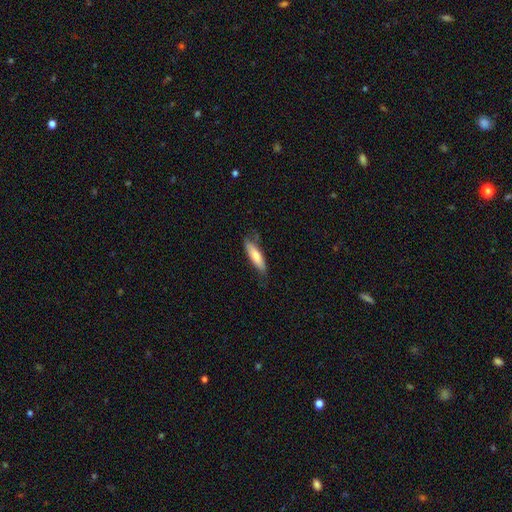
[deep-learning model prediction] Smooth or featured?
  - smooth: 72% *
  - featured or disk: 22%
  - star or artifact: 6%
How rounded?
  - cigar-shaped: 69% *
  - in between: 30%
  - round: 2%
Merging?
  - none: 70% *
  - minor disturbance: 23%
  - major disturbance: 5%
  - merger: 2%